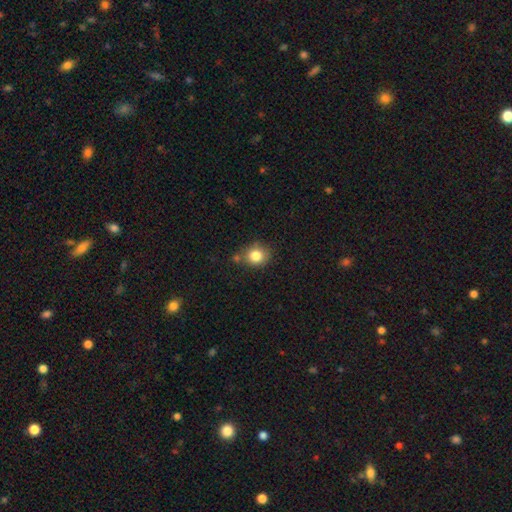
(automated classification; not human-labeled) smooth_or_featured: smooth (p=0.81) [alt: star or artifact p=0.10]
how_rounded: round (p=0.66) [alt: in between p=0.33]
merging: none (p=0.70) [alt: minor disturbance p=0.17]